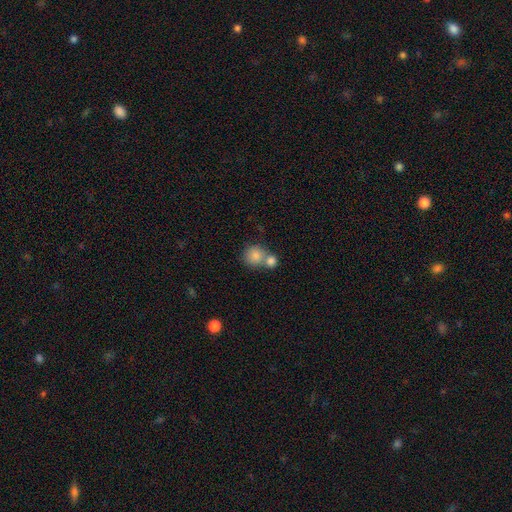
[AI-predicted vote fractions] Smooth or featured? smooth (83%)
How rounded? round (86%)
Merging? merger (48%)